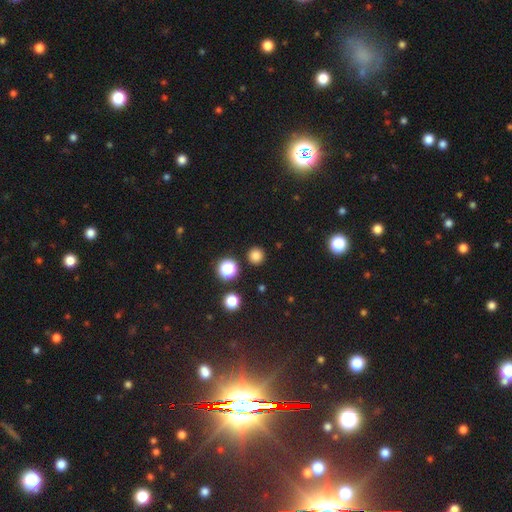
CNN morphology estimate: Smooth or featured: smooth — 80% (star or artifact — 16%)
How rounded: round — 95% (in between — 4%)
Merging: none — 91% (minor disturbance — 5%)